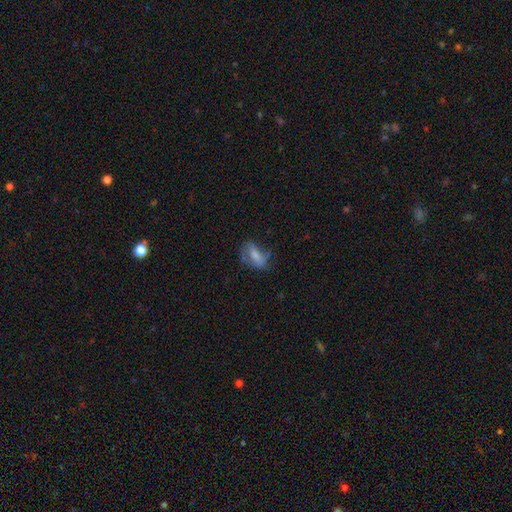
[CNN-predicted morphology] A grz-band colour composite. It shows a smooth galaxy with no disk features (65%) that is in between round and cigar-shaped (84%). Merging: none (46%).